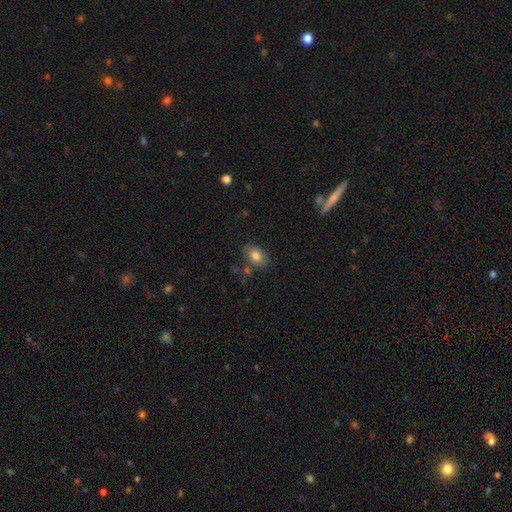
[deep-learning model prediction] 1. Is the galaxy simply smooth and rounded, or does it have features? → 80% smooth, 12% featured or disk, 8% star or artifact.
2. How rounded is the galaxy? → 84% in between, 15% round, 1% cigar-shaped.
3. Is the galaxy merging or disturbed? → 77% none, 14% minor disturbance, 6% merger, 3% major disturbance.